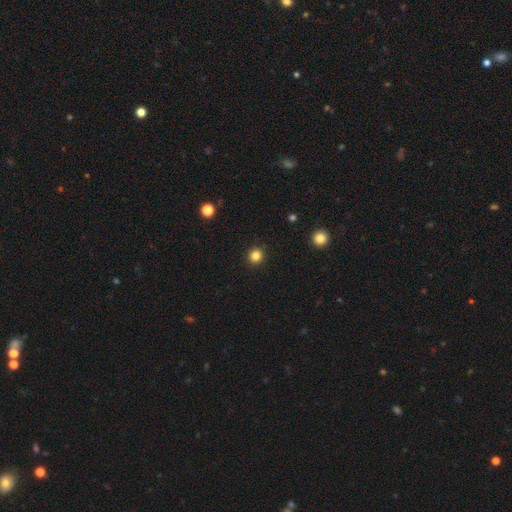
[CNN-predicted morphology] smooth-or-featured: smooth: 84% | star or artifact: 13% | featured or disk: 4%
  how-rounded: round: 93% | in between: 6% | cigar-shaped: 1%
  merging: none: 93% | minor disturbance: 5% | major disturbance: 2% | merger: 1%